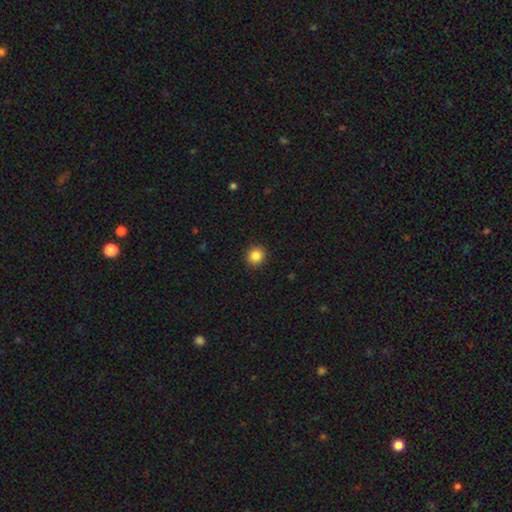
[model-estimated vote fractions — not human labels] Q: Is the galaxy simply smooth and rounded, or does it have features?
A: smooth — 86%.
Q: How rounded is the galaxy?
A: round — 89%.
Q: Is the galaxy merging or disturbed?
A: none — 92%.